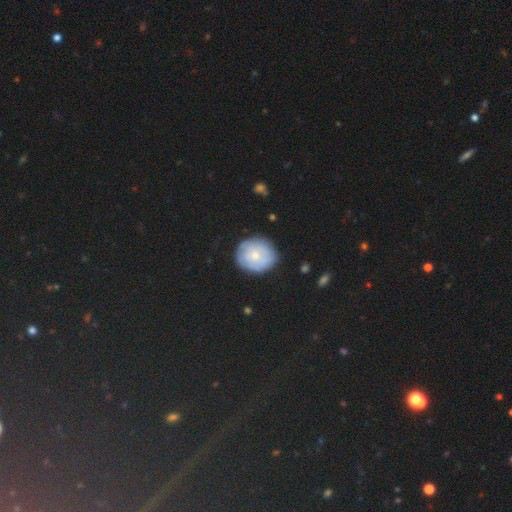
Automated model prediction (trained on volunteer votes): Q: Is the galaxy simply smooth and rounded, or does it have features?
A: smooth — 47%.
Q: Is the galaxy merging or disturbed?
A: none — 79%.